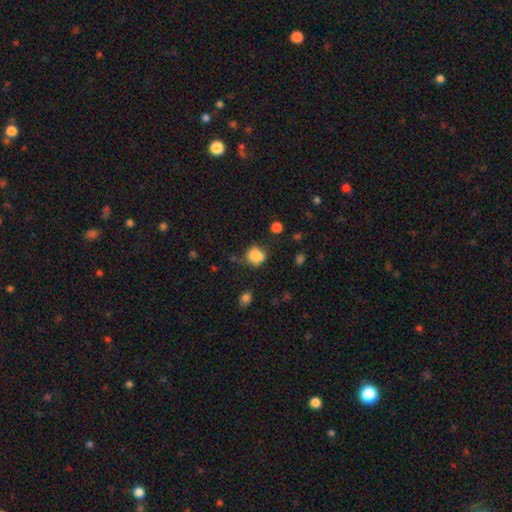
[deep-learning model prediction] Q: Smooth or featured?
A: smooth (78%); runner-up: star or artifact (12%)
Q: How rounded?
A: round (60%); runner-up: in between (39%)
Q: Merging?
A: none (49%); runner-up: minor disturbance (28%)